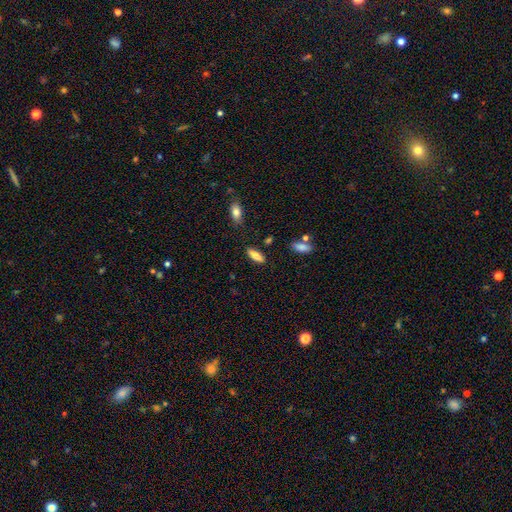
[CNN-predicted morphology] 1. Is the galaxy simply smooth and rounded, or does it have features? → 76% smooth, 17% featured or disk, 7% star or artifact.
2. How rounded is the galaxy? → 67% in between, 31% cigar-shaped, 2% round.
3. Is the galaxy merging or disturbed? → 85% none, 10% minor disturbance, 3% merger, 2% major disturbance.